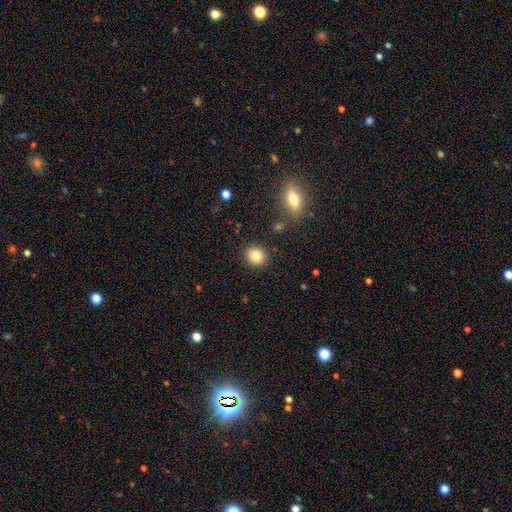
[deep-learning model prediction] smooth_or_featured: smooth (p=0.83) [alt: star or artifact p=0.09]
how_rounded: round (p=0.73) [alt: in between p=0.26]
merging: none (p=0.89) [alt: minor disturbance p=0.07]